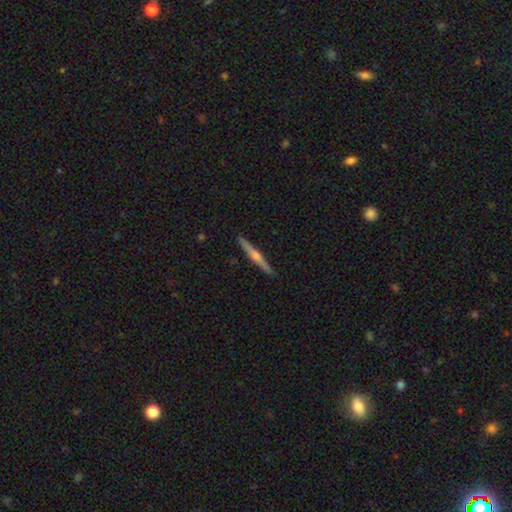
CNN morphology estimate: Q: Smooth or featured?
A: featured or disk (62%); runner-up: smooth (33%)
Q: Edge-on disk?
A: yes (98%); runner-up: no (2%)
Q: Edge-on bulge?
A: rounded (80%); runner-up: none (15%)
Q: Merging?
A: none (91%); runner-up: minor disturbance (6%)